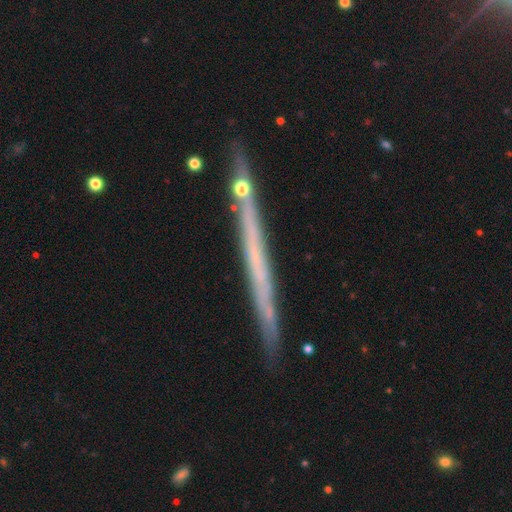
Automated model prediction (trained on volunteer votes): smooth-or-featured: featured or disk: 60% | smooth: 30% | star or artifact: 10%
  disk-edge-on: yes: 96% | no: 4%
    edge-on-bulge: none: 92% | rounded: 5% | boxy: 3%
  merging: none: 86% | minor disturbance: 9% | merger: 3% | major disturbance: 2%